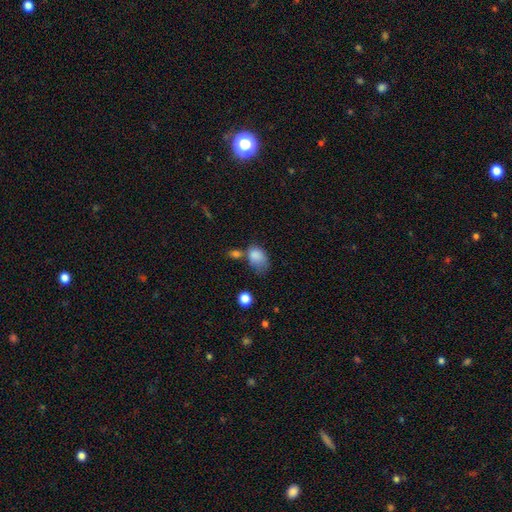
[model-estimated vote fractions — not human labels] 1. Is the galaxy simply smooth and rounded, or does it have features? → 82% smooth, 9% star or artifact, 9% featured or disk.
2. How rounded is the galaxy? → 79% in between, 20% round, 1% cigar-shaped.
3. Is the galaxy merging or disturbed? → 29% minor disturbance, 28% none, 22% merger, 21% major disturbance.